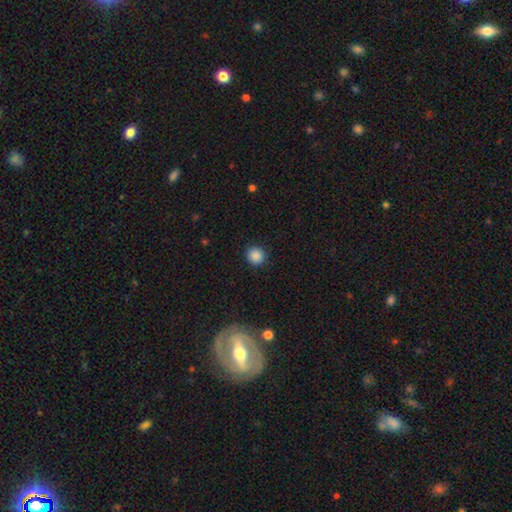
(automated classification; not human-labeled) Smooth or featured? smooth (87%)
How rounded? round (93%)
Merging? none (91%)